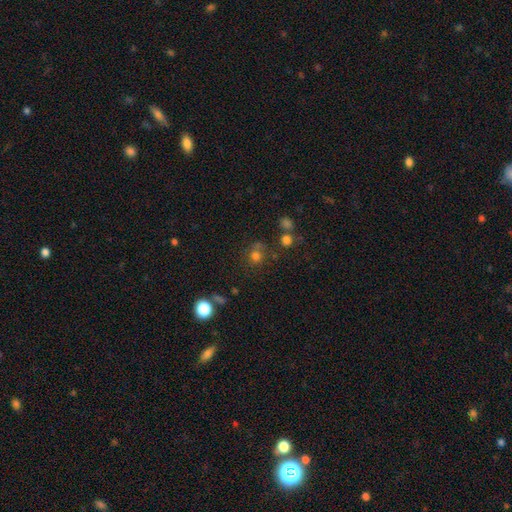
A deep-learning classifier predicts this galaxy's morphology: Q: Smooth or featured?
A: smooth (70%); runner-up: star or artifact (20%)
Q: How rounded?
A: round (83%); runner-up: in between (16%)
Q: Merging?
A: none (63%); runner-up: minor disturbance (15%)